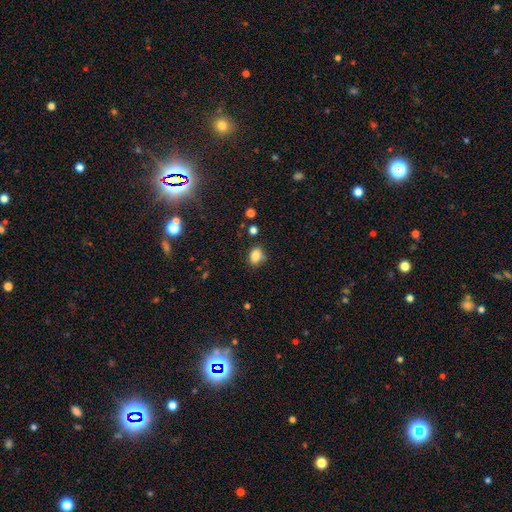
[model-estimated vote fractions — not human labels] Smooth or featured? Predicted: smooth (p=0.82). How rounded? Predicted: in between (p=0.61). Merging? Predicted: none (p=0.74).